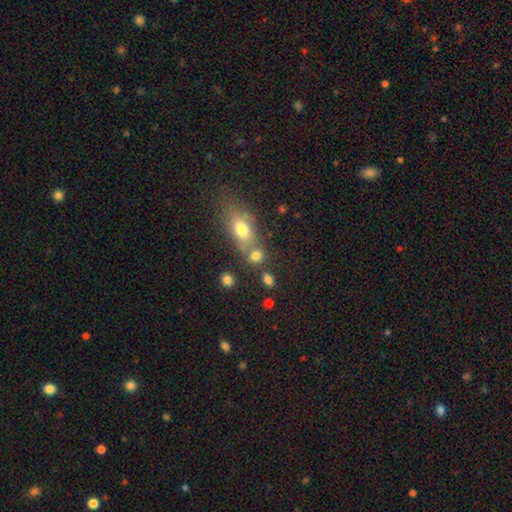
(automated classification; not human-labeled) This appears to be a smooth galaxy with no disk features (76%) that is in between round and cigar-shaped (51%). Merging: none (53%).